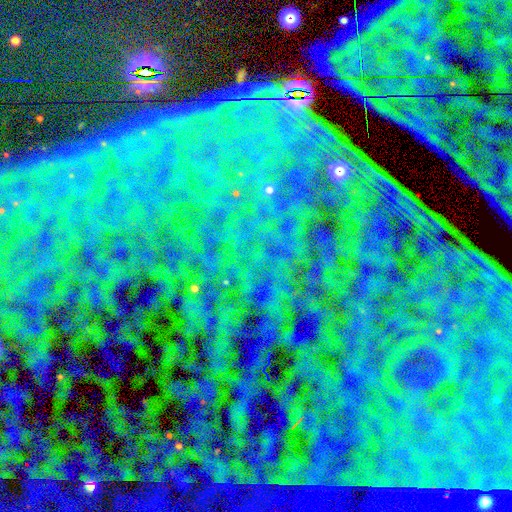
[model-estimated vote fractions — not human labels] This is clearly a star or artifact rather than a galaxy (85%).